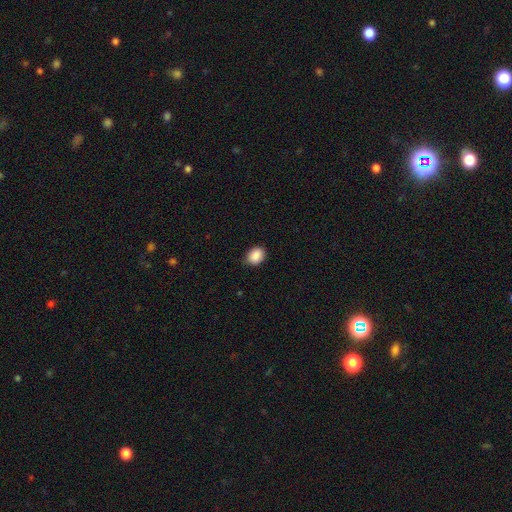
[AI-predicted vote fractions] Smooth or featured? Predicted: smooth (p=0.89). How rounded? Predicted: in between (p=0.59). Merging? Predicted: none (p=0.81).